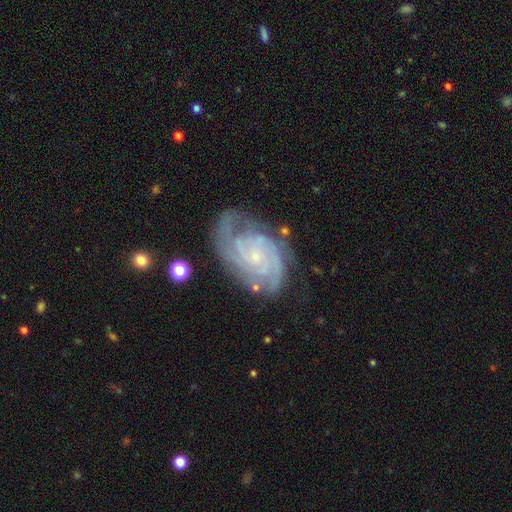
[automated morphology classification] This is clearly a featured or disk galaxy (89%). It is clearly not viewed edge-on (97%). Bar: likely no (72%). Spiral arm pattern: clearly yes (97%). Spiral arm count: marginally 2 (34%). Spiral winding: likely tight (62%). Central bulge: clearly small (84%). Merging: likely none (66%).